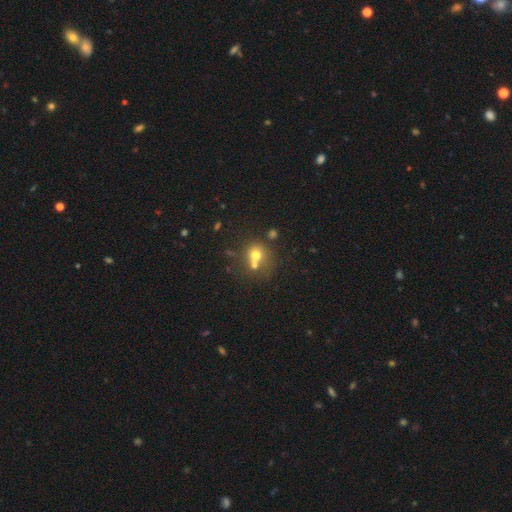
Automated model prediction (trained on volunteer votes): The model was most divided on "merging": merger: 44%, none: 38%, minor disturbance: 11%, major disturbance: 7%. More confident: how rounded — round (75%); smooth or featured — smooth (64%).